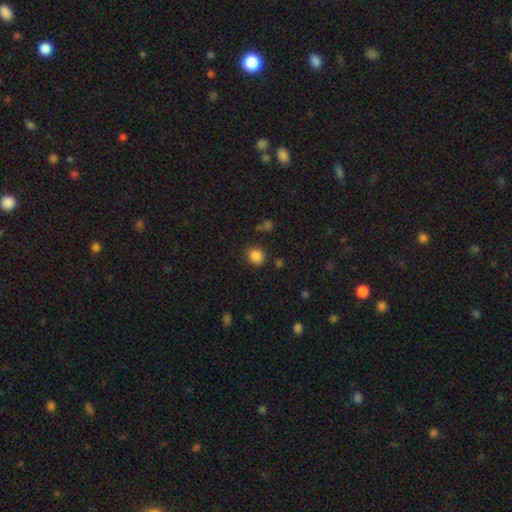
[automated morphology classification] Smooth or featured? Predicted: smooth (p=0.85). How rounded? Predicted: round (p=0.80). Merging? Predicted: none (p=0.83).